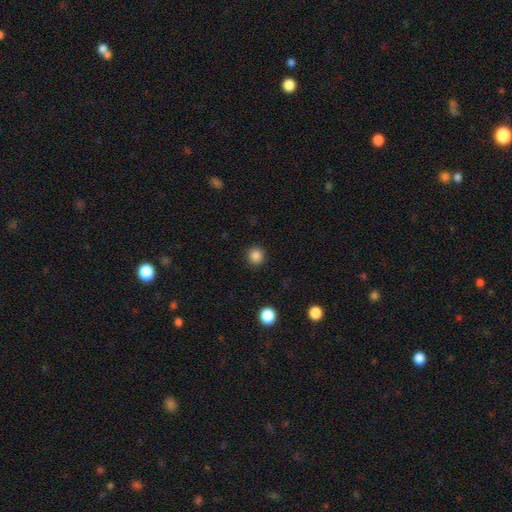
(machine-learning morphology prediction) Smooth or featured: smooth — 86% (star or artifact — 11%)
How rounded: round — 93% (in between — 6%)
Merging: none — 92% (minor disturbance — 5%)